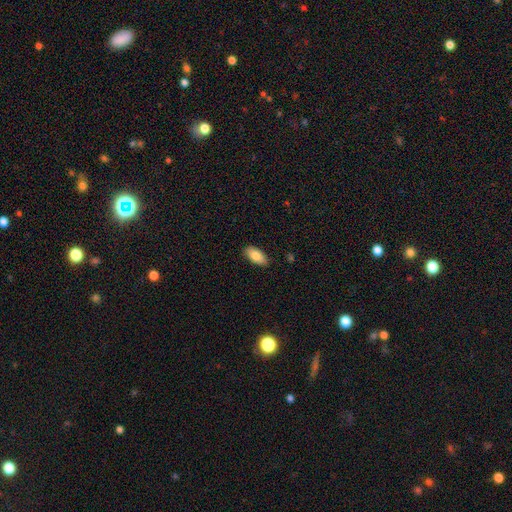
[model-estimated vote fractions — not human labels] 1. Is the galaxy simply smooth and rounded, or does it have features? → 84% smooth, 9% featured or disk, 7% star or artifact.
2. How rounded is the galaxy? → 92% in between, 5% cigar-shaped, 2% round.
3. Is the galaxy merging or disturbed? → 86% none, 11% minor disturbance, 2% major disturbance, 1% merger.